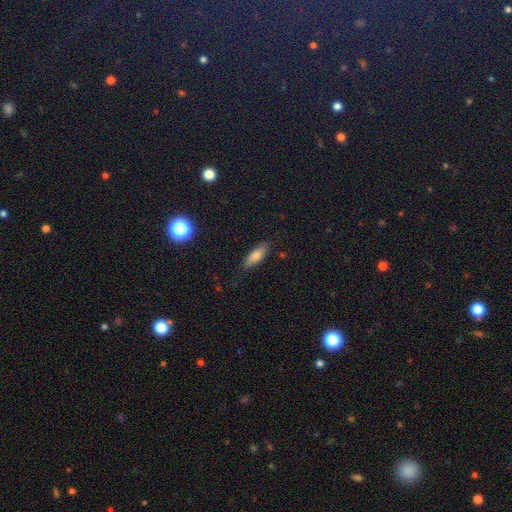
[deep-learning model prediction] smooth-or-featured: smooth: 73% | featured or disk: 19% | star or artifact: 8%
  how-rounded: in between: 58% | cigar-shaped: 40% | round: 3%
  merging: none: 82% | minor disturbance: 14% | major disturbance: 3% | merger: 1%